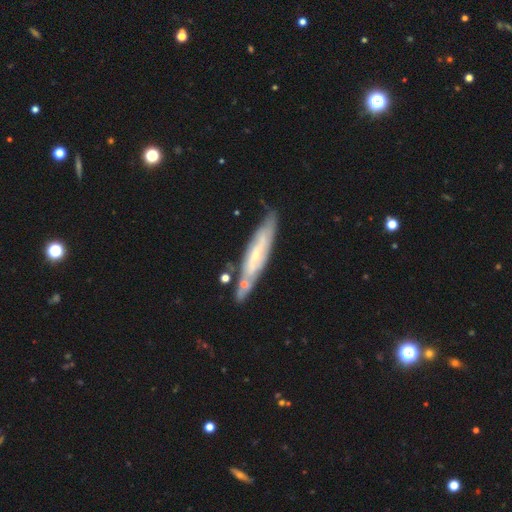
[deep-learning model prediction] Smooth or featured? Predicted: featured or disk (p=0.66). Edge-on disk? Predicted: yes (p=0.53). Merging? Predicted: none (p=0.68).